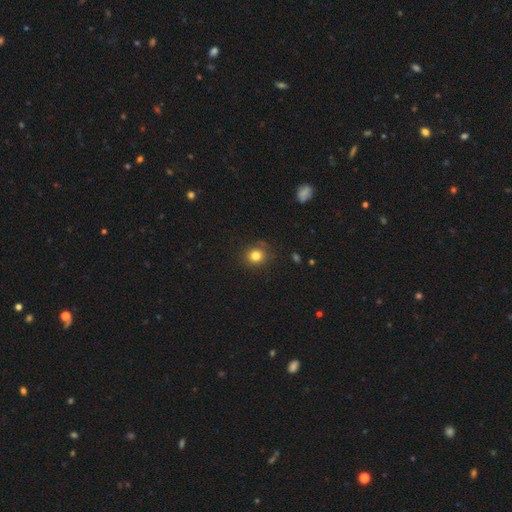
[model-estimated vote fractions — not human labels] A smooth galaxy with no disk features (81%) that is round (86%).

Vote fractions:
- Smooth or featured? smooth: 81% / star or artifact: 12% / featured or disk: 7%
- How rounded? round: 86% / in between: 14% / cigar-shaped: 1%
- Merging? none: 84% / minor disturbance: 12% / major disturbance: 3% / merger: 1%